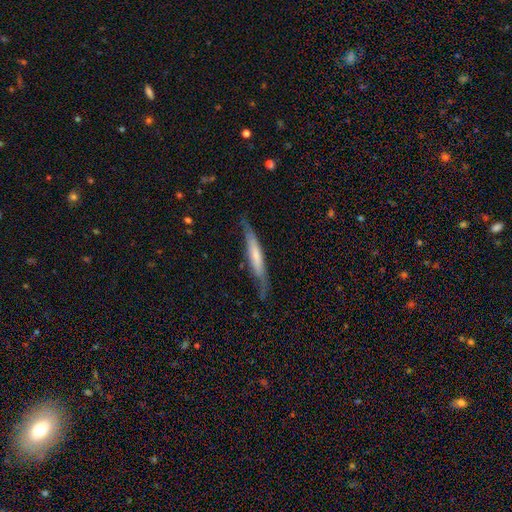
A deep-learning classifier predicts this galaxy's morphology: featured or disk 49%, smooth 46%, star or artifact 5%. Down the decision tree: merging — none (69%).